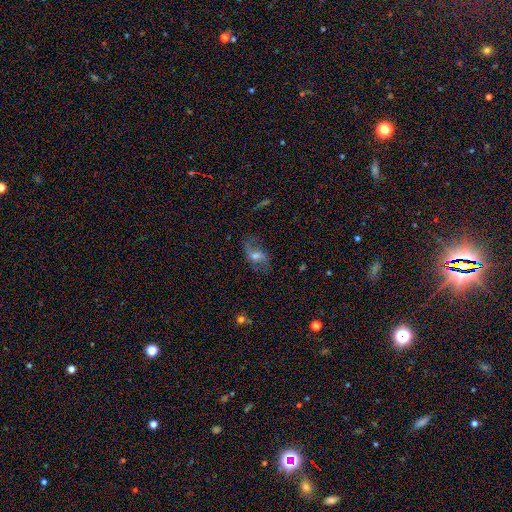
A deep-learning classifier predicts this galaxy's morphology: smooth_or_featured: featured or disk (p=0.61) [alt: smooth p=0.26]
disk_edge_on: no (p=0.93) [alt: yes p=0.07]
bar: weak (p=0.46) [alt: no p=0.38]
has_spiral_arms: yes (p=0.82) [alt: no p=0.18]
bulge_size: moderate (p=0.51) [alt: small p=0.33]
merging: none (p=0.60) [alt: minor disturbance p=0.20]